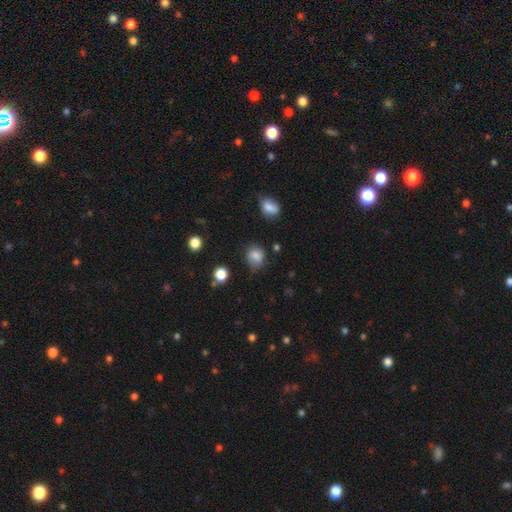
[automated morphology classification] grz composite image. It shows a smooth galaxy with no disk features (81%) that is round (63%). Merging: none (60%).